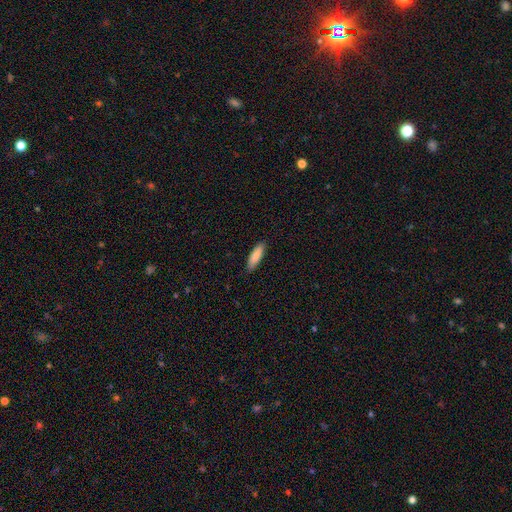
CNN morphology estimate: smooth_or_featured: smooth (p=0.87) [alt: featured or disk p=0.07]
how_rounded: cigar-shaped (p=0.51) [alt: in between p=0.47]
merging: none (p=0.88) [alt: minor disturbance p=0.09]